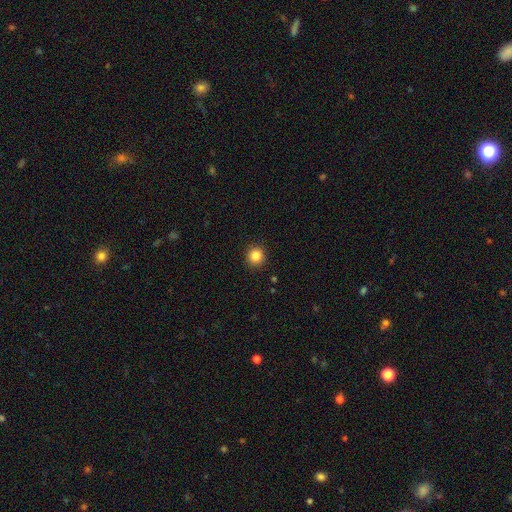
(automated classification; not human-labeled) The model was most divided on "smooth or featured": smooth: 85%, star or artifact: 11%, featured or disk: 4%. More confident: how rounded — round (93%); merging — none (92%).